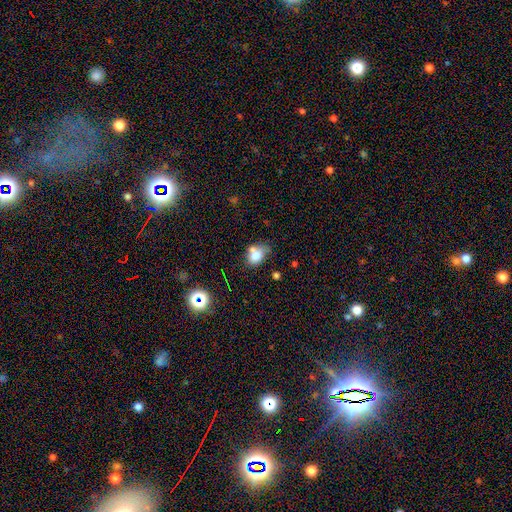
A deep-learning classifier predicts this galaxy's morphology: Smooth or featured? Predicted: smooth (p=0.73). How rounded? Predicted: in between (p=0.60). Merging? Predicted: none (p=0.41).